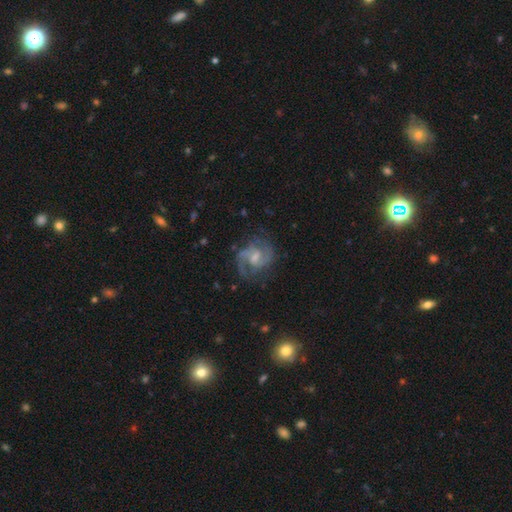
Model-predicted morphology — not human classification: Smooth or featured?
  - featured or disk: 86% *
  - star or artifact: 7%
  - smooth: 6%
Edge-on disk?
  - no: 98% *
  - yes: 2%
Bar?
  - weak: 54% *
  - no: 31%
  - strong: 14%
Spiral arms?
  - yes: 97% *
  - no: 3%
Spiral winding?
  - medium: 57% *
  - tight: 25%
  - loose: 18%
Spiral arm count?
  - 2: 82% *
  - 3: 7%
  - can't tell: 6%
  - 1: 2%
  - 4: 2%
  - more than 4: 2%
Bulge size?
  - small: 47% *
  - moderate: 42%
  - none: 8%
  - large: 3%
  - dominant: 1%
Merging?
  - none: 76% *
  - minor disturbance: 15%
  - major disturbance: 7%
  - merger: 2%